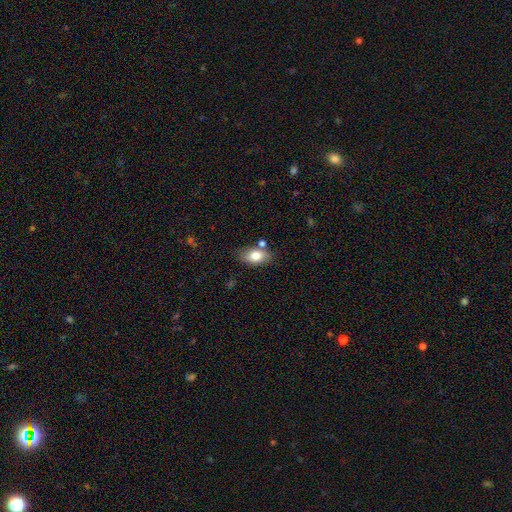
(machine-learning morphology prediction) smooth 79%, featured or disk 13%, star or artifact 8%. Down the decision tree: how rounded — in between (88%); merging — none (74%).